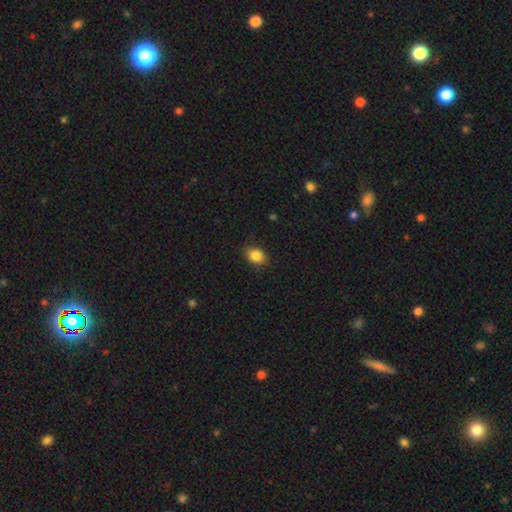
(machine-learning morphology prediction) The model was most divided on "how rounded": in between: 63%, round: 36%, cigar-shaped: 1%. More confident: smooth or featured — smooth (86%); merging — none (85%).